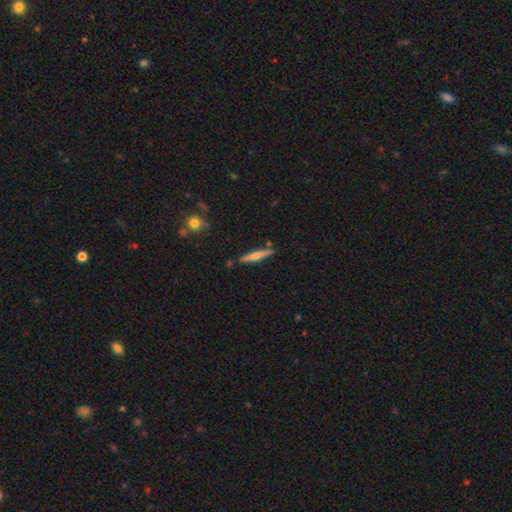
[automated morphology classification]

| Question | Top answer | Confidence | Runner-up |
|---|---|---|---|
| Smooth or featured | featured or disk | 54% | smooth (39%) |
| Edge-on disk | yes | 97% | no (3%) |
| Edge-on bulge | rounded | 78% | none (12%) |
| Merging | none | 85% | minor disturbance (9%) |